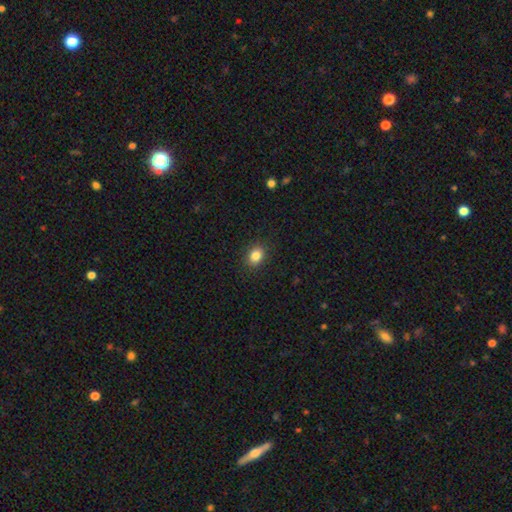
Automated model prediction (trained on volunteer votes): Smooth or featured? Predicted: smooth (p=0.84). How rounded? Predicted: in between (p=0.53). Merging? Predicted: none (p=0.89).